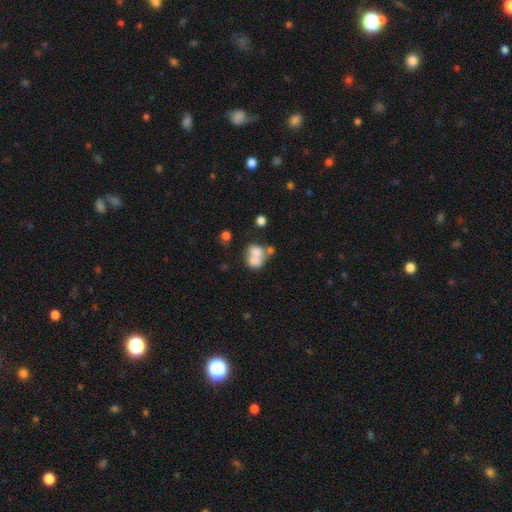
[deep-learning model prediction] Smooth or featured? Predicted: smooth (p=0.64). How rounded? Predicted: in between (p=0.50). Merging? Predicted: merger (p=0.62).